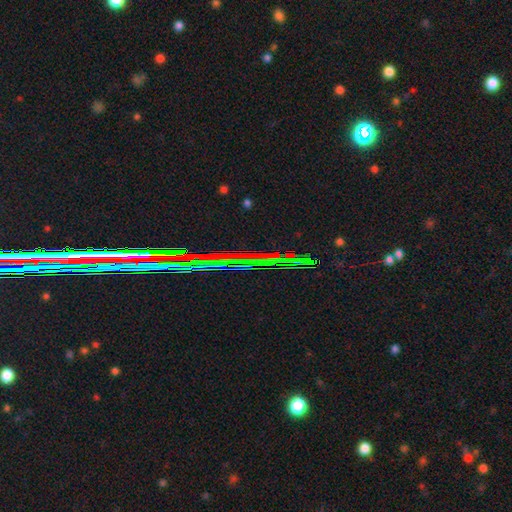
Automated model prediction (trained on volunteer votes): This is likely a star or artifact rather than a galaxy (75%).